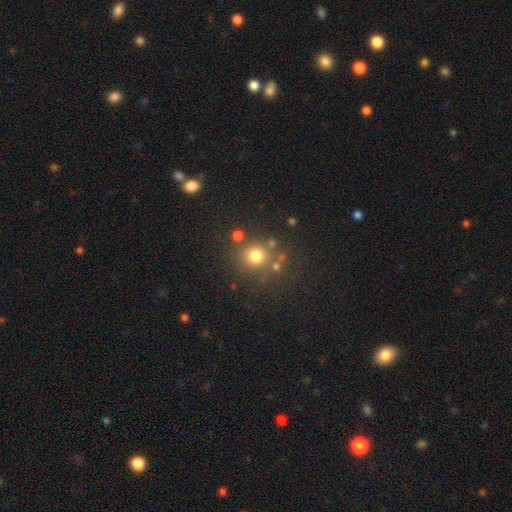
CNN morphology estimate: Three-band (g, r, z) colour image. It shows a smooth galaxy with no disk features (75%) that is round (89%). Merging: none (73%).